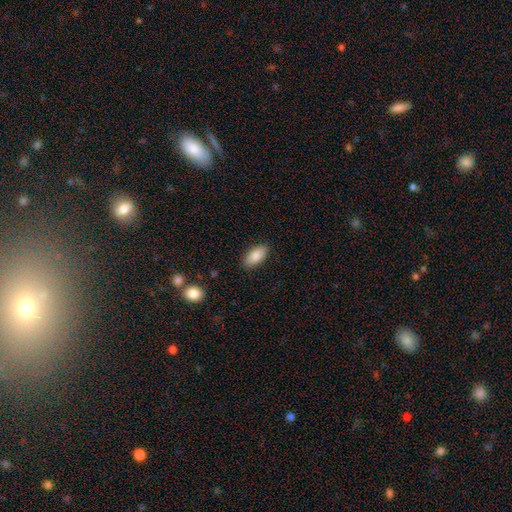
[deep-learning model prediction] smooth 86%, featured or disk 7%, star or artifact 7%. Down the decision tree: how rounded — in between (90%); merging — none (87%).